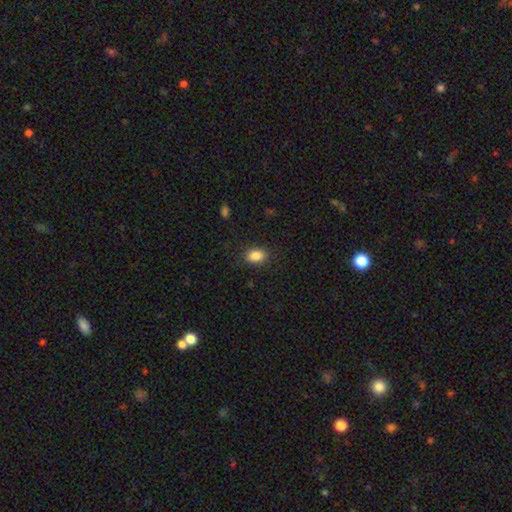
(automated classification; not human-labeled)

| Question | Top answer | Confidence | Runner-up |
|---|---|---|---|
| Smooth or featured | smooth | 87% | star or artifact (9%) |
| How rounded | in between | 80% | round (18%) |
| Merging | none | 86% | minor disturbance (10%) |